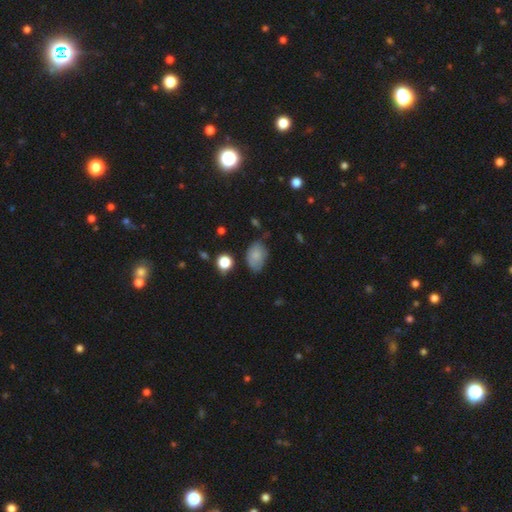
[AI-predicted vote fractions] Smooth or featured? smooth (80%)
How rounded? in between (86%)
Merging? none (55%)